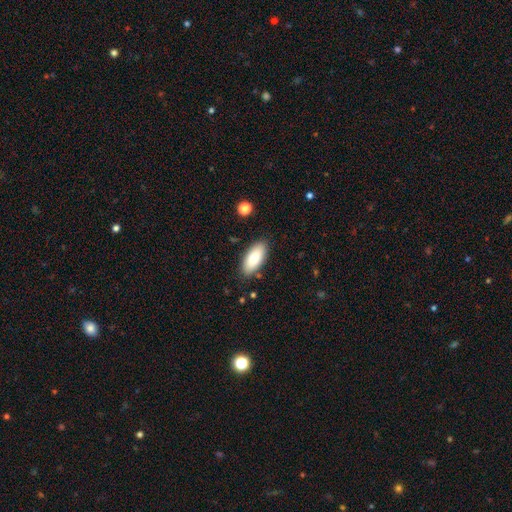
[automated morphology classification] smooth-or-featured: smooth: 77% | featured or disk: 16% | star or artifact: 7%
  how-rounded: in between: 89% | cigar-shaped: 9% | round: 2%
  merging: none: 86% | minor disturbance: 10% | major disturbance: 2% | merger: 2%